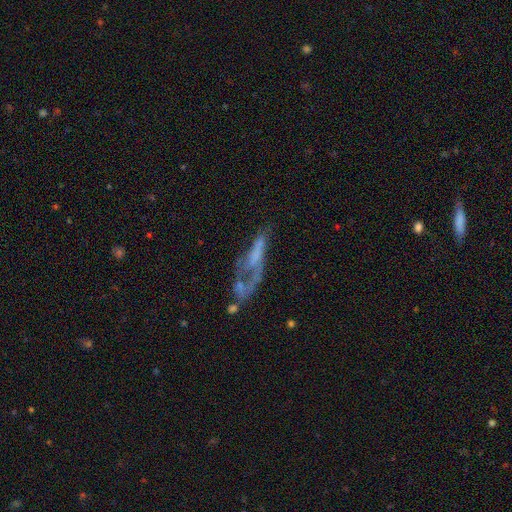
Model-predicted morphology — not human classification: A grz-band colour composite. It shows a featured or disk galaxy (57%). Merging: major disturbance (39%).